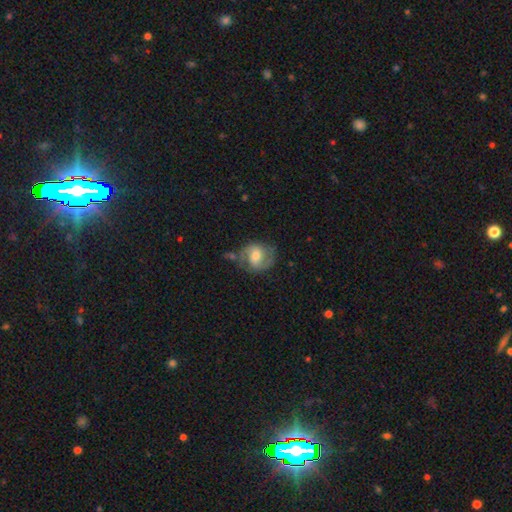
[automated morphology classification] Overall: featured or disk (66%; smooth 26%). Edge-on disk: no (97%). Bar: weak (50%; no 33%). Spiral arms: yes (90%). Spiral arm count: 2 (87%). Spiral winding: medium (52%; loose 26%). Bulge size: moderate (55%; small 26%). Merging: none (65%).